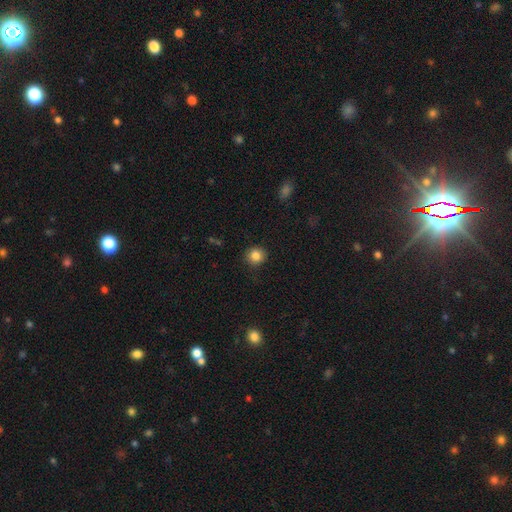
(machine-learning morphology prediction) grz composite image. It shows a smooth galaxy with no disk features (84%) that is round (90%). Merging: none (89%).